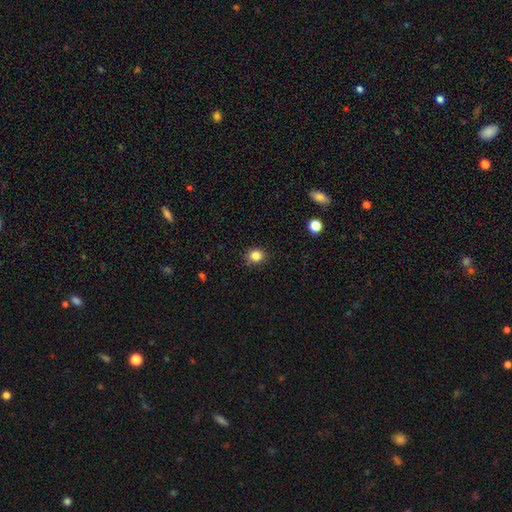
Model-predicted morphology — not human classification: This appears to be a smooth galaxy with no disk features (83%) that is round (75%). Merging: none (87%).